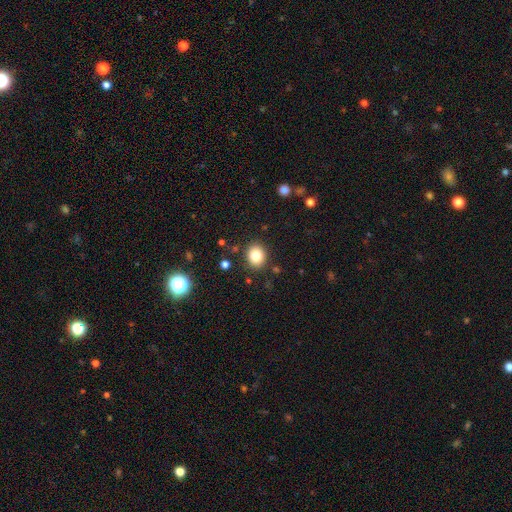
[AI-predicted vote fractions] A smooth galaxy with no disk features (83%) that is round (60%). Merging: none (88%).